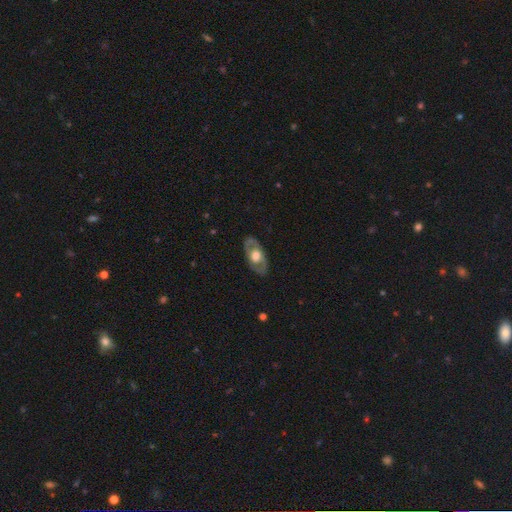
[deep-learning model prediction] smooth-or-featured: featured or disk: 64% | smooth: 31% | star or artifact: 5%
  disk-edge-on: no: 84% | yes: 16%
    bar: no: 78% | weak: 17% | strong: 5%
    has-spiral-arms: no: 63% | yes: 37%
    bulge-size: moderate: 51% | large: 41% | small: 5% | dominant: 2% | none: 1%
  merging: none: 83% | minor disturbance: 12% | major disturbance: 4% | merger: 1%